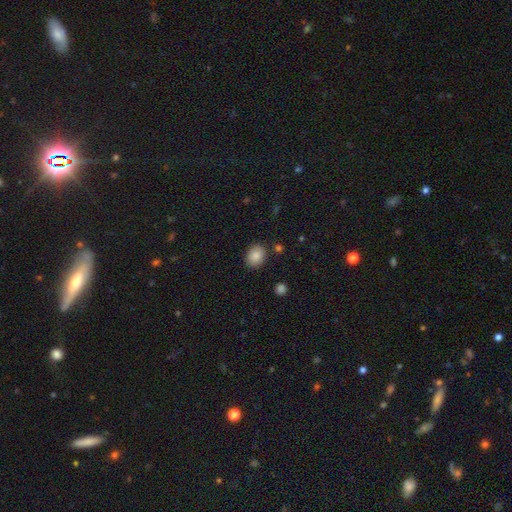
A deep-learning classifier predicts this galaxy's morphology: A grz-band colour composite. It shows a smooth galaxy with no disk features (87%) that is in between round and cigar-shaped (60%). Merging: none (86%).